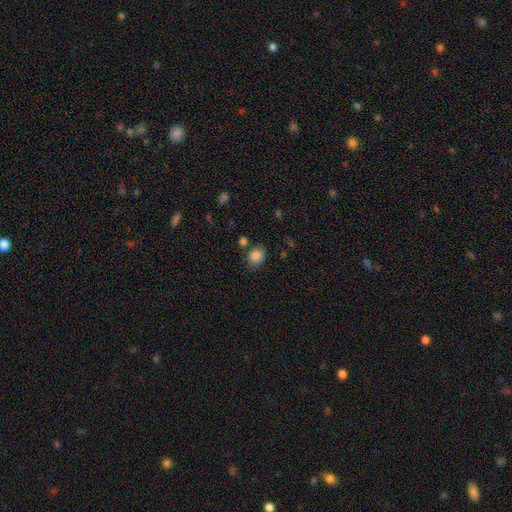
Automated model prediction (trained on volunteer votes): The model was most divided on "how rounded": in between: 53%, round: 46%, cigar-shaped: 1%. More confident: smooth or featured — smooth (85%); merging — none (73%).